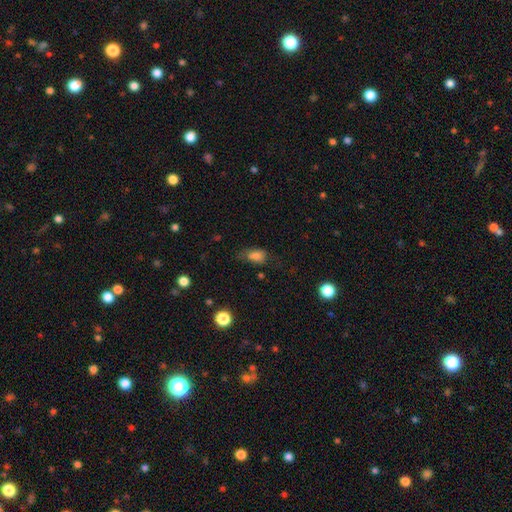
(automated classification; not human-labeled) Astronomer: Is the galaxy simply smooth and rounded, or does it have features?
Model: smooth — 78%.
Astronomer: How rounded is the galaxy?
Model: in between — 85%.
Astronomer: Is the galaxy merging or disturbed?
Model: none — 45% (runner-up: minor disturbance, 34%).